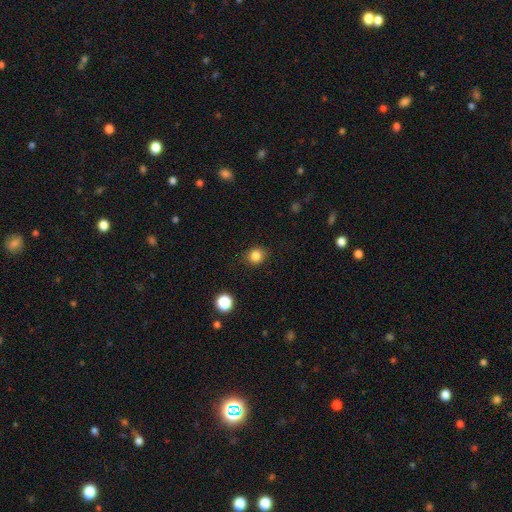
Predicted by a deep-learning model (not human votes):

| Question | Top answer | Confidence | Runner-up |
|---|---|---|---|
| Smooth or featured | smooth | 84% | star or artifact (12%) |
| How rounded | round | 82% | in between (17%) |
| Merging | none | 88% | minor disturbance (9%) |